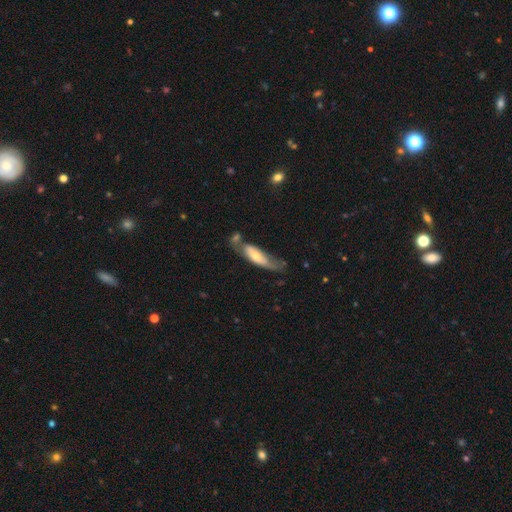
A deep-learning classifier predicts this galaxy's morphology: Smooth or featured: smooth — 51% (featured or disk — 43%)
How rounded: cigar-shaped — 50% (in between — 48%)
Merging: none — 35% (minor disturbance — 26%)